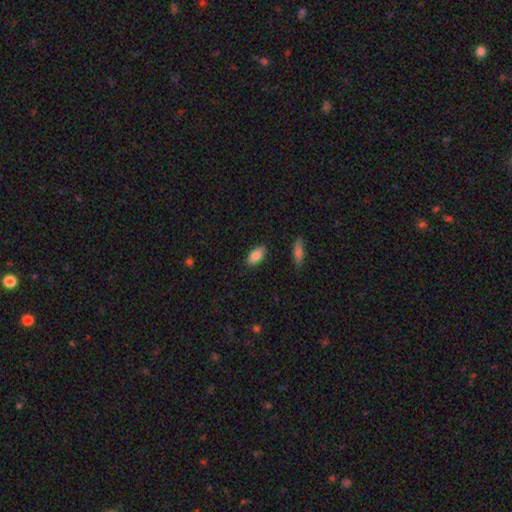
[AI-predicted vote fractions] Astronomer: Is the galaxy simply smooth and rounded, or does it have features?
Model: smooth — 83%.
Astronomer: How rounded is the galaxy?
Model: in between — 91%.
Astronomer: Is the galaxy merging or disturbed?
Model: none — 87%.